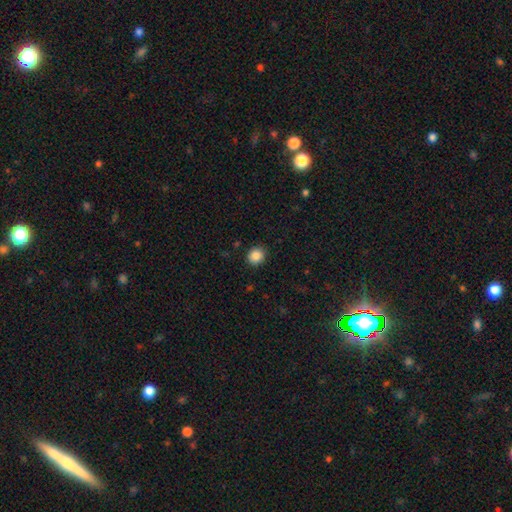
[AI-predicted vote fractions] Smooth or featured? smooth (87%)
How rounded? round (84%)
Merging? none (90%)